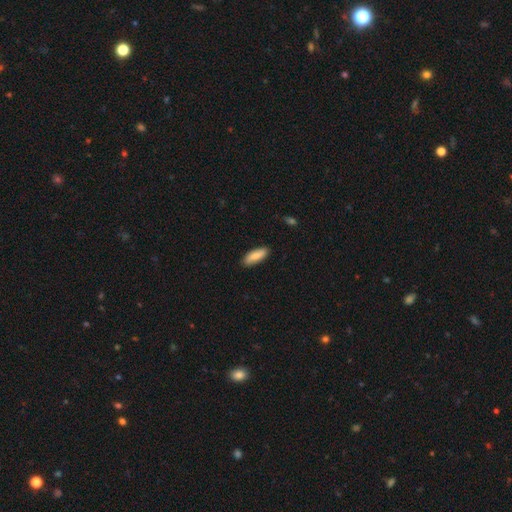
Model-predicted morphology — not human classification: Overall: smooth (81%). How rounded: in between (64%; cigar-shaped 34%). Merging: none (87%).